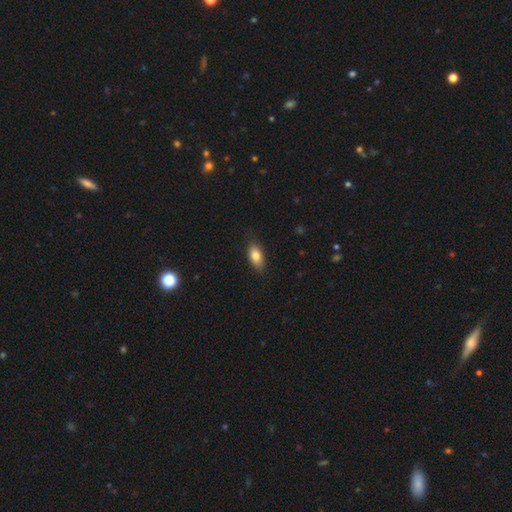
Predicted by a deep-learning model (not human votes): Smooth or featured? smooth (79%)
How rounded? in between (87%)
Merging? none (83%)